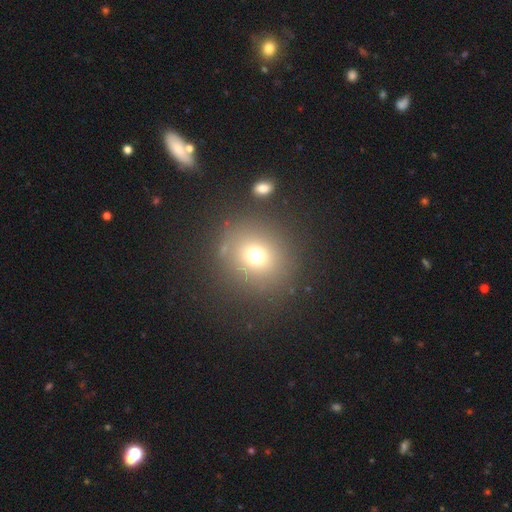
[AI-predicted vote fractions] Q: Smooth or featured?
A: smooth (70%); runner-up: star or artifact (20%)
Q: How rounded?
A: round (87%); runner-up: in between (12%)
Q: Merging?
A: none (82%); runner-up: minor disturbance (8%)